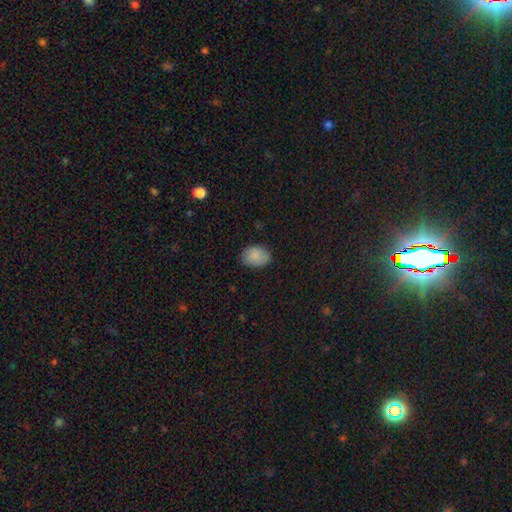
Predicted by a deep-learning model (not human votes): Smooth or featured?
  - smooth: 85% *
  - star or artifact: 8%
  - featured or disk: 7%
How rounded?
  - in between: 78% *
  - round: 21%
  - cigar-shaped: 1%
Merging?
  - none: 81% *
  - minor disturbance: 15%
  - major disturbance: 3%
  - merger: 1%